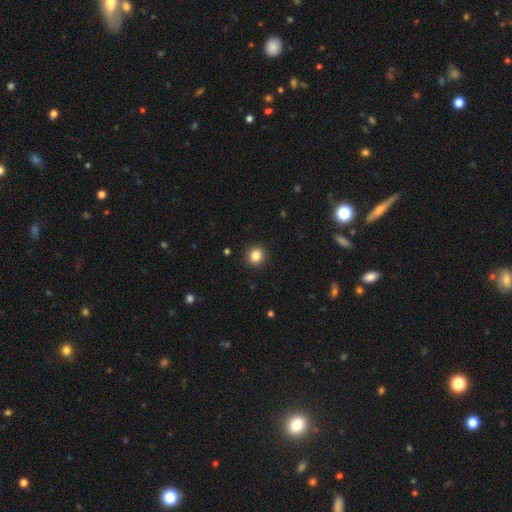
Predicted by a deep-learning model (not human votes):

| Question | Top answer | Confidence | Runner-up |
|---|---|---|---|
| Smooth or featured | smooth | 84% | star or artifact (11%) |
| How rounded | round | 89% | in between (10%) |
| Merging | none | 91% | minor disturbance (6%) |